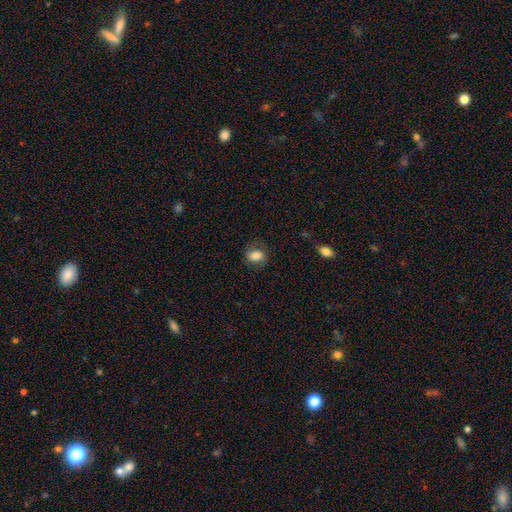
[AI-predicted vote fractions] Smooth or featured: smooth — 75% (featured or disk — 17%)
How rounded: in between — 65% (round — 33%)
Merging: none — 73% (minor disturbance — 18%)